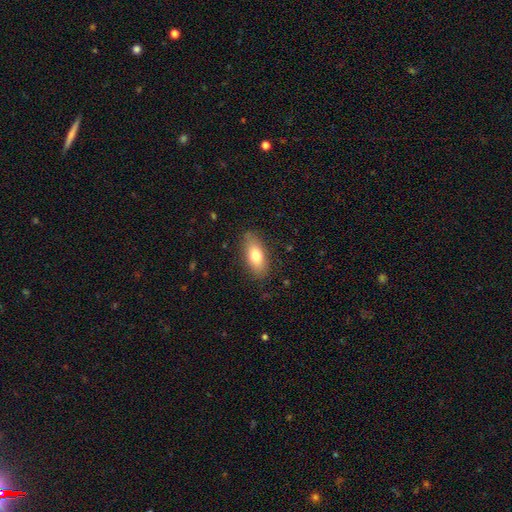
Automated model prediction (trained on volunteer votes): smooth-or-featured: smooth: 75% | featured or disk: 18% | star or artifact: 7%
  how-rounded: in between: 82% | cigar-shaped: 14% | round: 3%
  merging: none: 83% | minor disturbance: 13% | major disturbance: 3% | merger: 1%